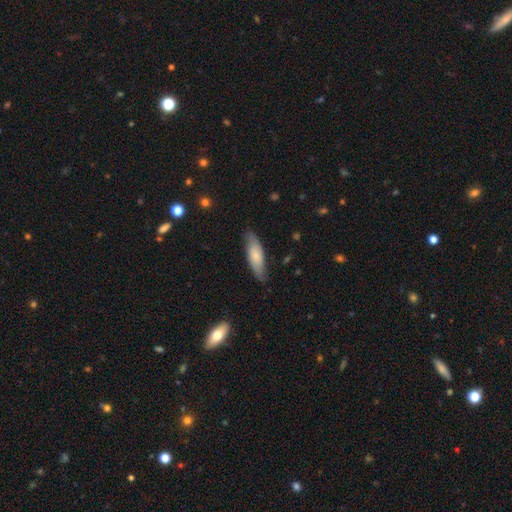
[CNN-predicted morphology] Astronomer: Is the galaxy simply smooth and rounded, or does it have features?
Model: smooth — 68%.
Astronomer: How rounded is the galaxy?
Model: cigar-shaped — 52% (runner-up: in between, 46%).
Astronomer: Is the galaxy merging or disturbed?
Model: none — 79%.